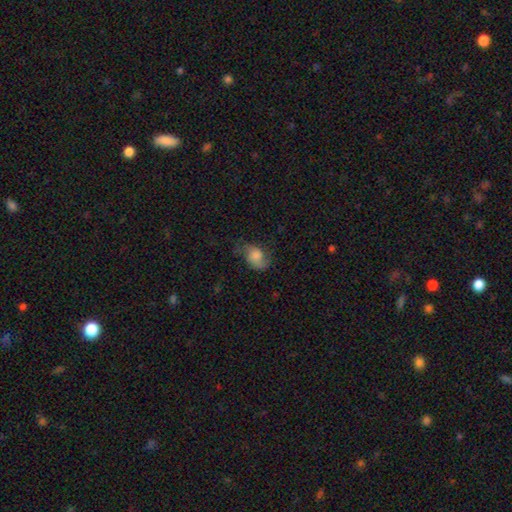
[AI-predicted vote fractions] smooth_or_featured: smooth (p=0.55) [alt: featured or disk p=0.34]
how_rounded: in between (p=0.71) [alt: round p=0.28]
merging: none (p=0.55) [alt: minor disturbance p=0.27]